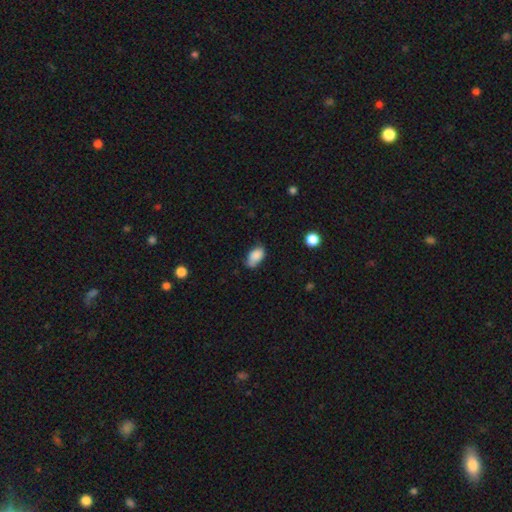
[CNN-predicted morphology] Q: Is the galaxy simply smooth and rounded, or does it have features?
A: smooth — 85%.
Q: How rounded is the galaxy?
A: in between — 92%.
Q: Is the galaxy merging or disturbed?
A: none — 63%.